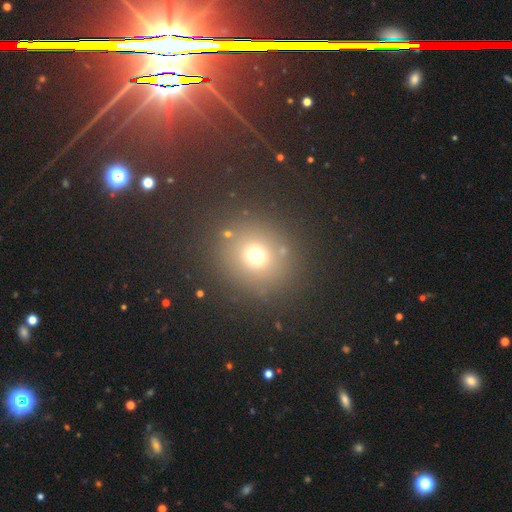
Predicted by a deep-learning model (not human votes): smooth_or_featured: smooth (p=0.69) [alt: star or artifact p=0.21]
how_rounded: round (p=0.84) [alt: in between p=0.16]
merging: none (p=0.83) [alt: minor disturbance p=0.08]